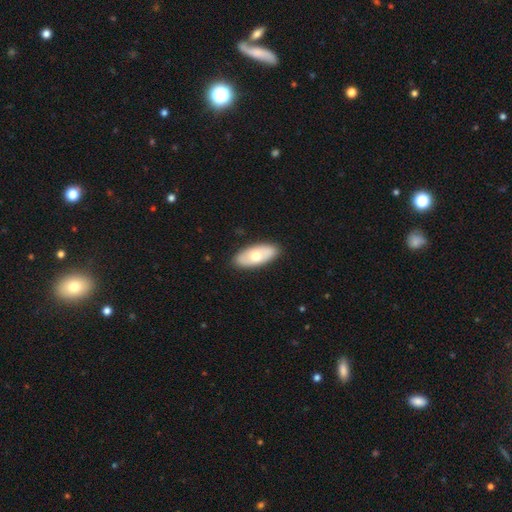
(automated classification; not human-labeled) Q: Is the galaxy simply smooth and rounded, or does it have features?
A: smooth — 59%.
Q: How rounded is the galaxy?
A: in between — 89%.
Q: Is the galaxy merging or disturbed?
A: none — 88%.